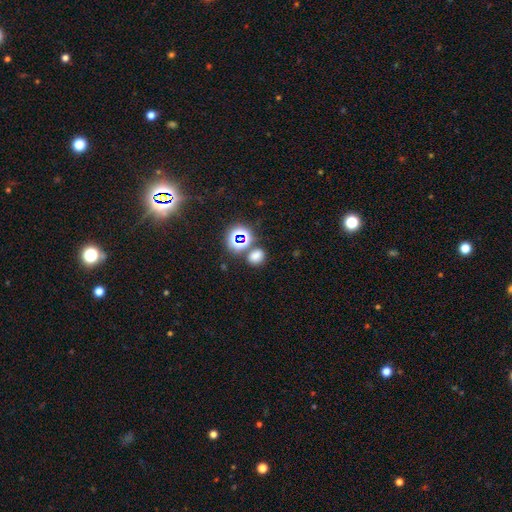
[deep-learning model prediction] smooth_or_featured: smooth (p=0.67) [alt: star or artifact p=0.27]
how_rounded: in between (p=0.51) [alt: round p=0.47]
merging: none (p=0.71) [alt: merger p=0.15]